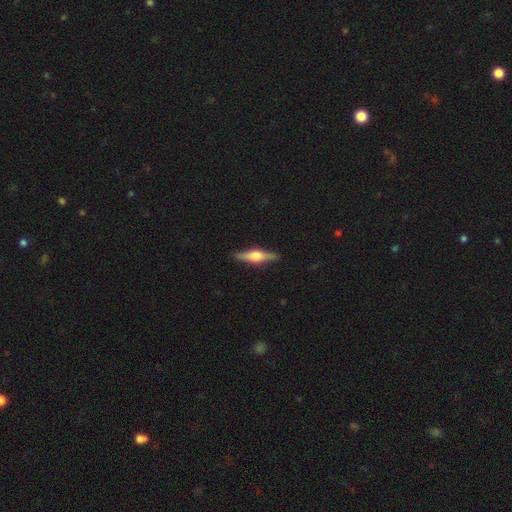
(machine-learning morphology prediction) smooth-or-featured: featured or disk: 69% | smooth: 25% | star or artifact: 6%
  disk-edge-on: yes: 97% | no: 3%
    edge-on-bulge: rounded: 88% | boxy: 9% | none: 2%
  merging: none: 90% | minor disturbance: 8% | major disturbance: 2% | merger: 1%